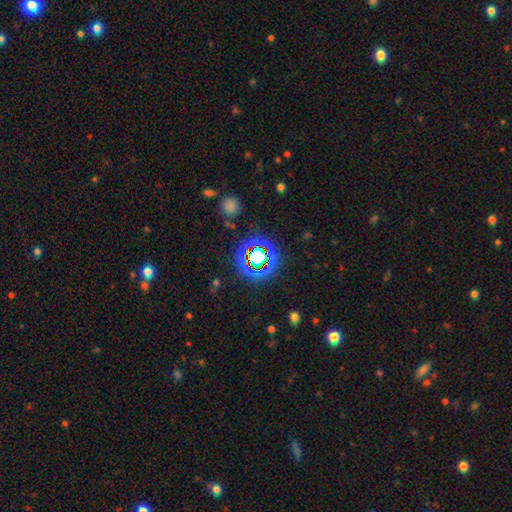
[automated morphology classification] Smooth or featured?
  - star or artifact: 71% *
  - smooth: 19%
  - featured or disk: 10%